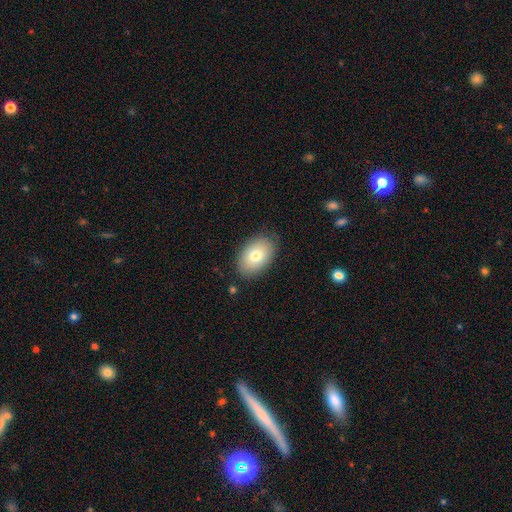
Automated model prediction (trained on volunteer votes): This appears to be a smooth galaxy with no disk features (77%) that is in between round and cigar-shaped (89%). Merging: none (85%).